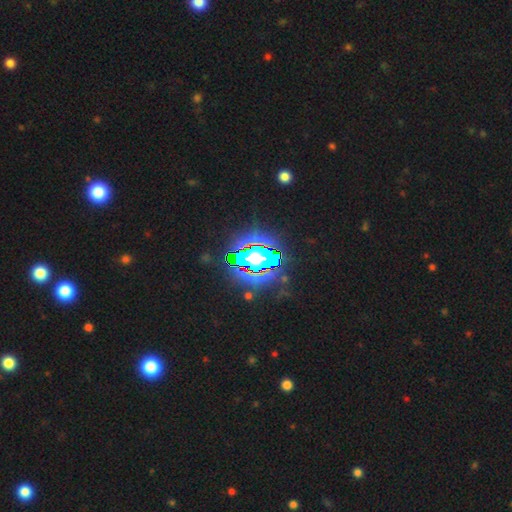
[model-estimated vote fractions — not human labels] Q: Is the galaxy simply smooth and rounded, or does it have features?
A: star or artifact — 81%.